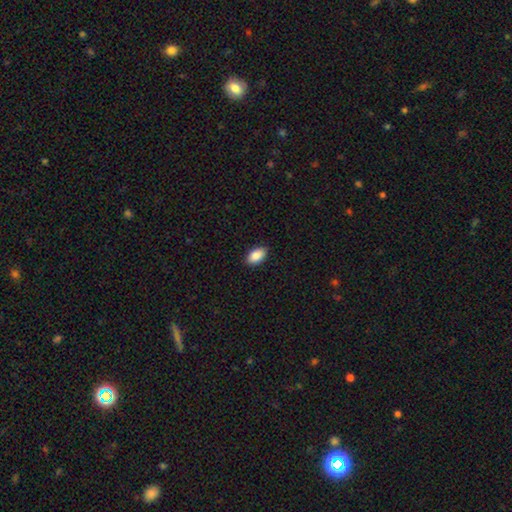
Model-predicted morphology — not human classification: This appears to be a smooth galaxy with no disk features (88%) that is in between round and cigar-shaped (93%). Merging: none (89%).